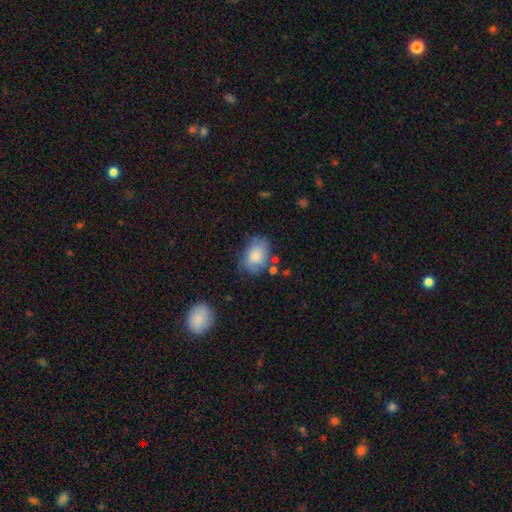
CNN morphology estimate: This is likely a smooth galaxy (75%). How rounded: likely in between (76%). Merging: likely none (61%).